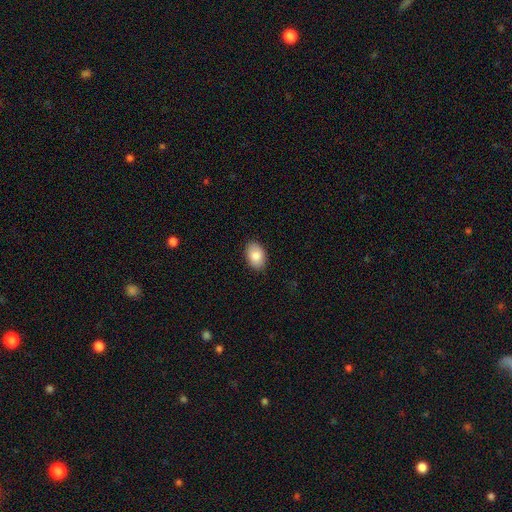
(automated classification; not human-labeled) Morphology: type=smooth (86%); roundness=in between (88%); merging=none (89%).